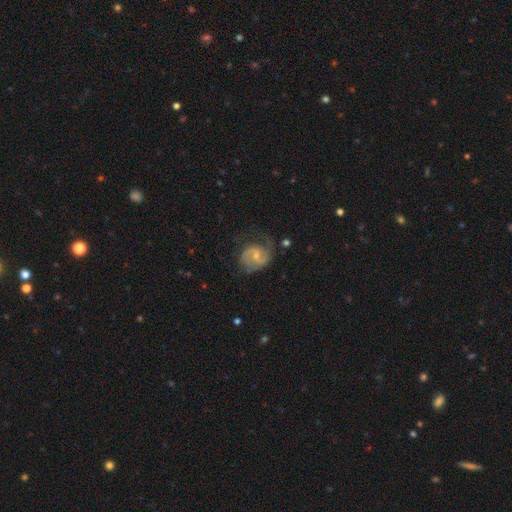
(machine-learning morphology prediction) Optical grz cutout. It shows a featured or disk galaxy (77%) with a weak bar (51%), 2 (73%) medium (49%) spiral arms (93%) and a small central bulge (55%). Merging: none (56%).